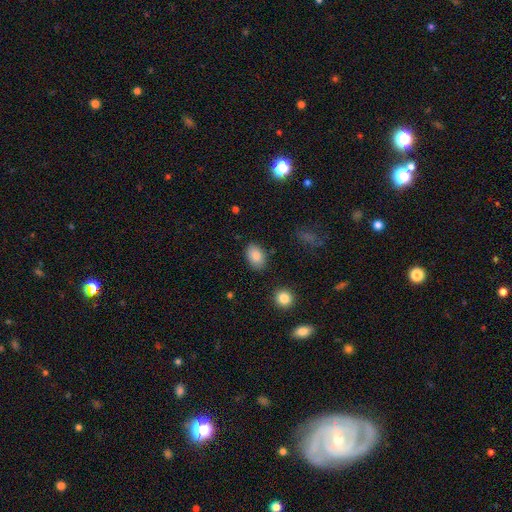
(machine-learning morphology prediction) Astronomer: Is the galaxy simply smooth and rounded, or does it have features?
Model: smooth — 87%.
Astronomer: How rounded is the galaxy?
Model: in between — 90%.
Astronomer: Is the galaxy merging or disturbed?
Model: none — 83%.